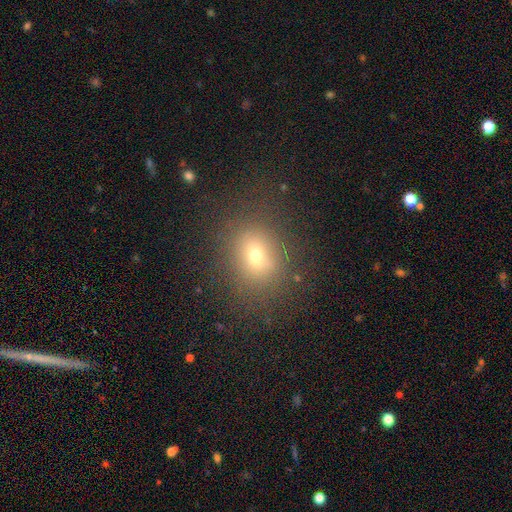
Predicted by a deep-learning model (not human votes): The model was most divided on "how rounded": round: 63%, in between: 35%, cigar-shaped: 1%. More confident: merging — none (80%); smooth or featured — smooth (67%).